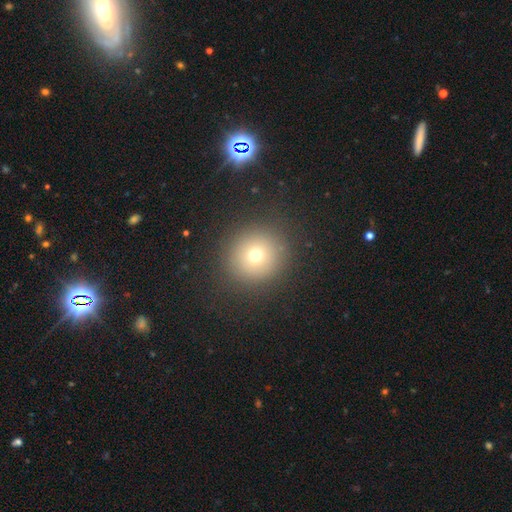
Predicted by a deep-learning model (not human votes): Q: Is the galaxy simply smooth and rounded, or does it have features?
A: smooth — 70%.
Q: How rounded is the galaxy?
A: round — 93%.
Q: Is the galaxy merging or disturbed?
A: none — 88%.